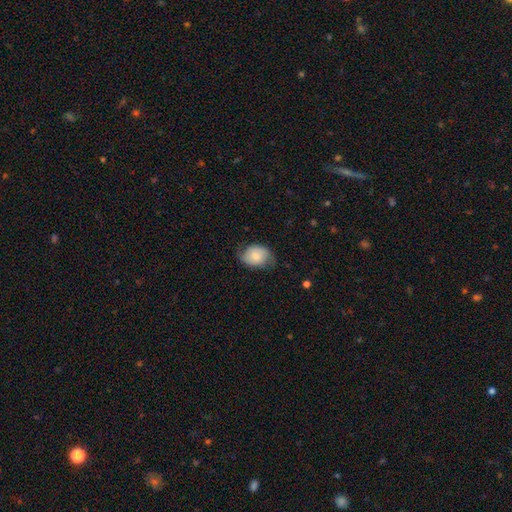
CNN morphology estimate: A smooth galaxy with no disk features (71%) that is in between round and cigar-shaped (68%).

Vote fractions:
- Smooth or featured? smooth: 71% / featured or disk: 22% / star or artifact: 7%
- How rounded? in between: 68% / round: 31% / cigar-shaped: 1%
- Merging? none: 61% / minor disturbance: 29% / major disturbance: 8% / merger: 1%